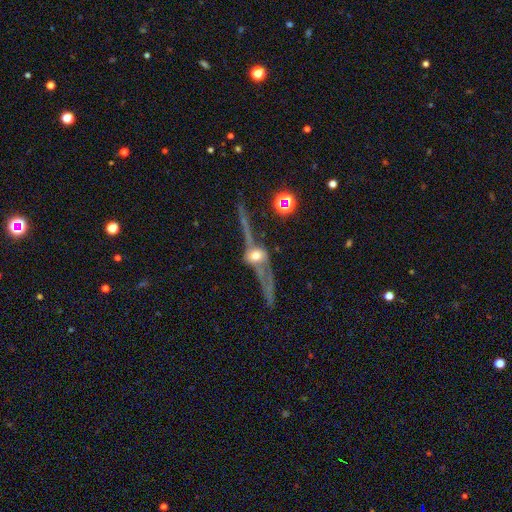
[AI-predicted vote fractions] Q: Smooth or featured?
A: featured or disk (74%); runner-up: smooth (14%)
Q: Edge-on disk?
A: yes (73%); runner-up: no (27%)
Q: Edge-on bulge?
A: rounded (93%); runner-up: boxy (4%)
Q: Merging?
A: none (48%); runner-up: major disturbance (22%)